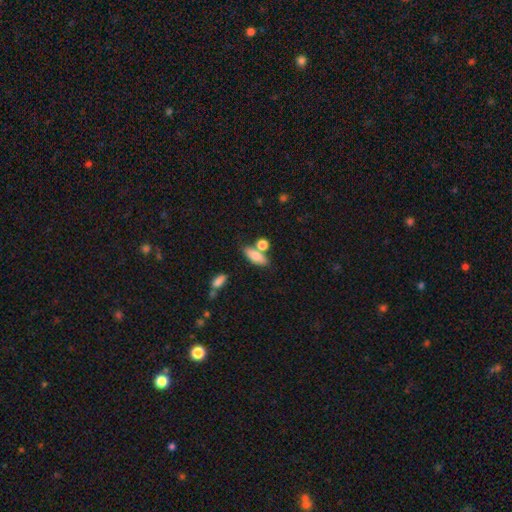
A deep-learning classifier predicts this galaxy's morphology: type=smooth (77%); roundness=in between (73%); merging=none (60%).